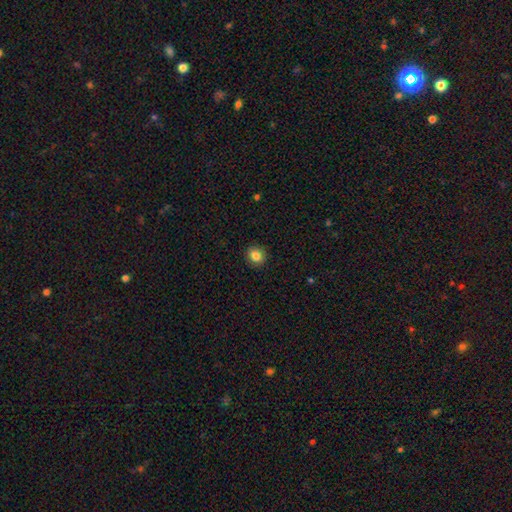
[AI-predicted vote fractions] smooth 84%, star or artifact 10%, featured or disk 6%. Down the decision tree: how rounded — round (80%); merging — none (91%).